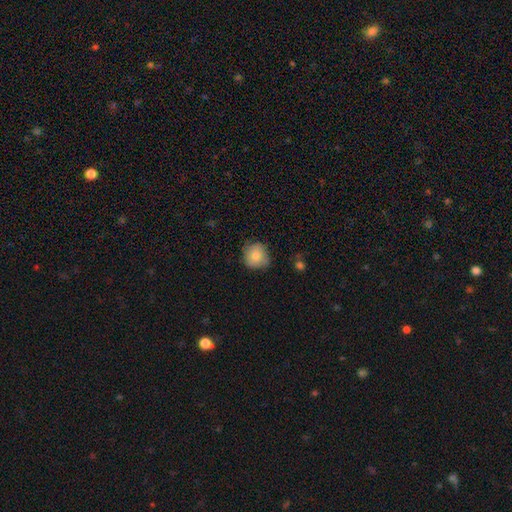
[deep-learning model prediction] This is clearly a smooth galaxy (80%). How rounded: clearly round (87%). Merging: likely none (71%).